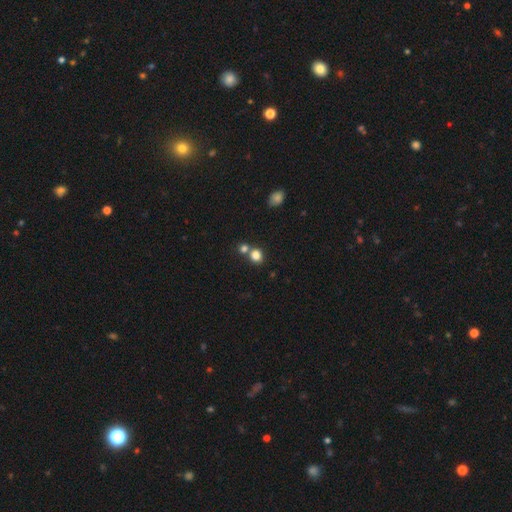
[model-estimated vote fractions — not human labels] Overall: smooth (81%). How rounded: round (76%). Merging: none (57%; merger 32%).